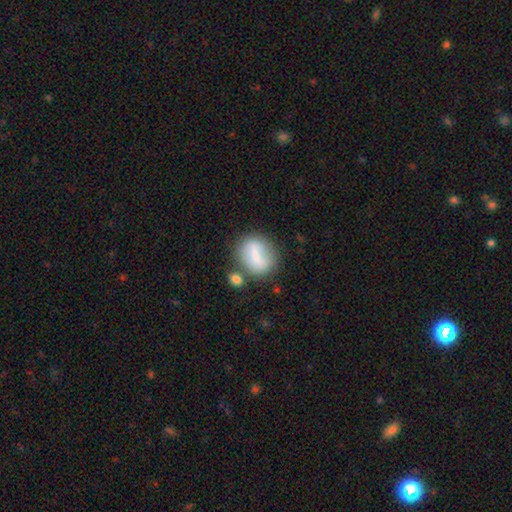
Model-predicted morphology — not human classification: Q: Smooth or featured?
A: smooth (68%); runner-up: featured or disk (24%)
Q: How rounded?
A: round (54%); runner-up: in between (44%)
Q: Merging?
A: none (55%); runner-up: minor disturbance (19%)